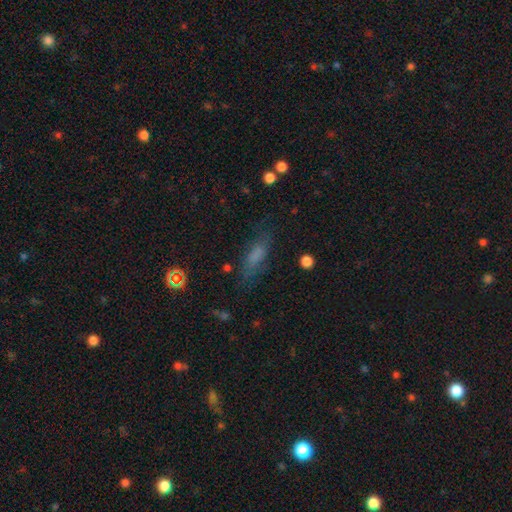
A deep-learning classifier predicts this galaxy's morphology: Q: Smooth or featured?
A: smooth (61%); runner-up: featured or disk (23%)
Q: How rounded?
A: in between (55%); runner-up: cigar-shaped (41%)
Q: Merging?
A: none (69%); runner-up: minor disturbance (19%)